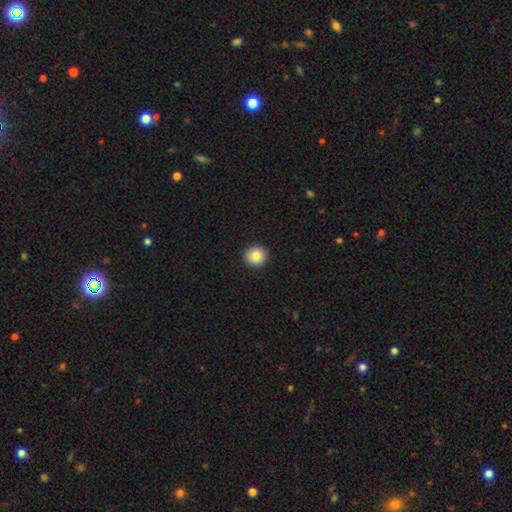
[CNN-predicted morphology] Smooth or featured: smooth — 86% (star or artifact — 9%)
How rounded: round — 93% (in between — 6%)
Merging: none — 93% (minor disturbance — 5%)